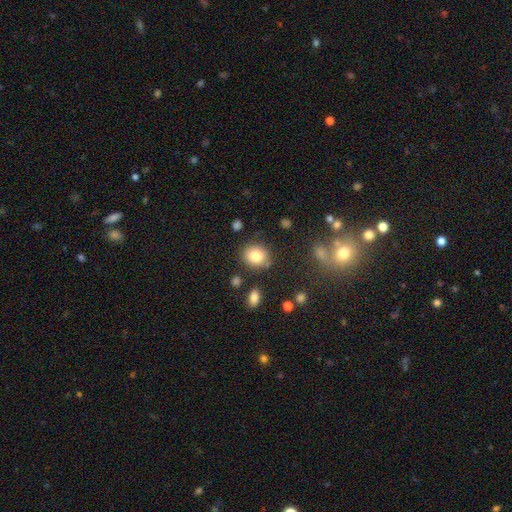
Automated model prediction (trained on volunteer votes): smooth_or_featured: smooth (p=0.80) [alt: star or artifact p=0.10]
how_rounded: round (p=0.71) [alt: in between p=0.28]
merging: none (p=0.81) [alt: minor disturbance p=0.12]